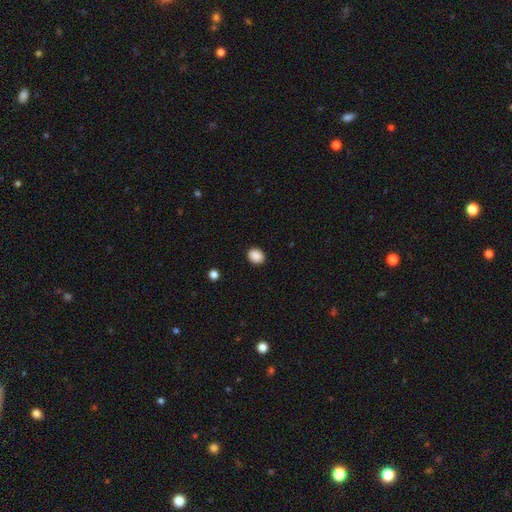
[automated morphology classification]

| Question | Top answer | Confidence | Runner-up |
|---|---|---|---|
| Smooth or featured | smooth | 89% | star or artifact (9%) |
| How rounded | round | 55% | in between (44%) |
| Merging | none | 90% | minor disturbance (7%) |